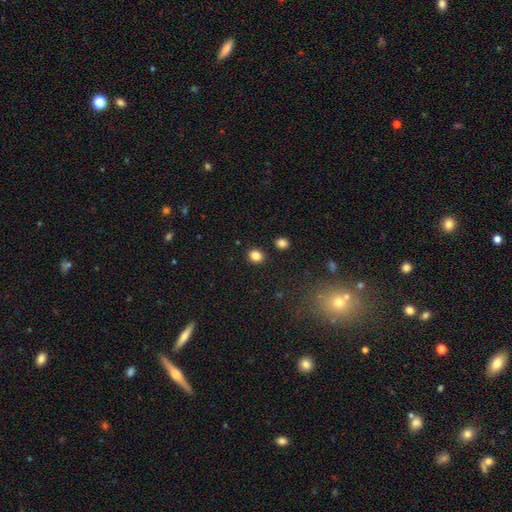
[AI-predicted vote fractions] Smooth or featured: smooth — 84% (star or artifact — 11%)
How rounded: round — 73% (in between — 26%)
Merging: none — 89% (minor disturbance — 6%)